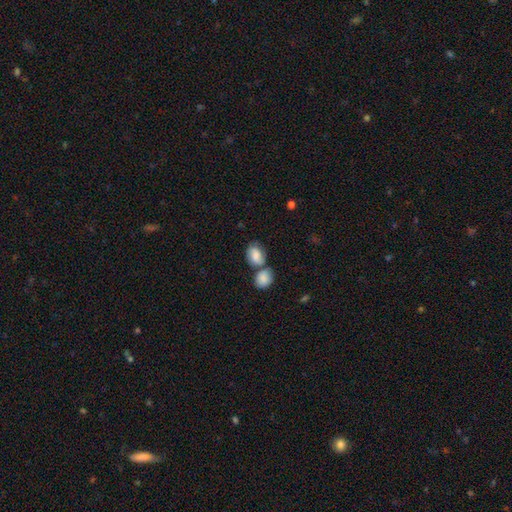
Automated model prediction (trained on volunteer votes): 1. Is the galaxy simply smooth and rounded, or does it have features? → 75% smooth, 17% featured or disk, 8% star or artifact.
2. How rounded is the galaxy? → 72% in between, 26% round, 2% cigar-shaped.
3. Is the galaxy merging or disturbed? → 46% merger, 35% none, 14% minor disturbance, 5% major disturbance.